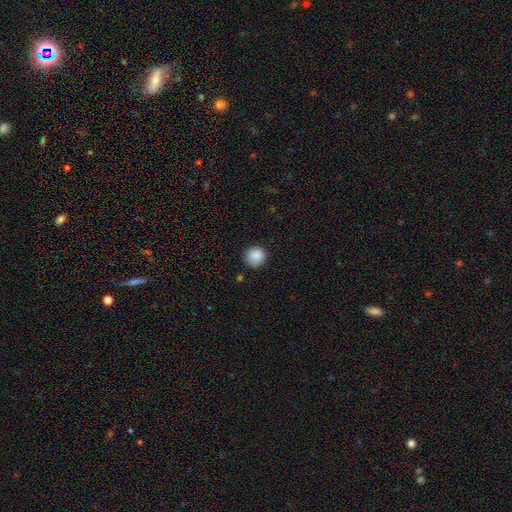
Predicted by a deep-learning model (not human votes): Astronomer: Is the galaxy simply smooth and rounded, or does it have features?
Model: smooth — 88%.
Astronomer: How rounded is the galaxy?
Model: round — 92%.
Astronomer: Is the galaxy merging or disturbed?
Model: none — 85%.